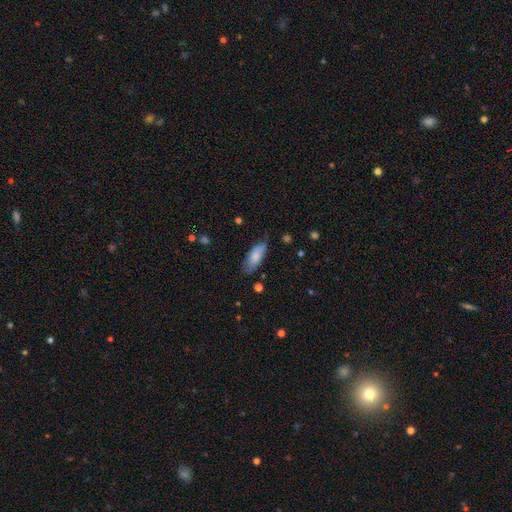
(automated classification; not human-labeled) smooth-or-featured: smooth: 76% | featured or disk: 17% | star or artifact: 6%
  how-rounded: in between: 79% | cigar-shaped: 19% | round: 2%
  merging: none: 59% | minor disturbance: 32% | major disturbance: 7% | merger: 2%